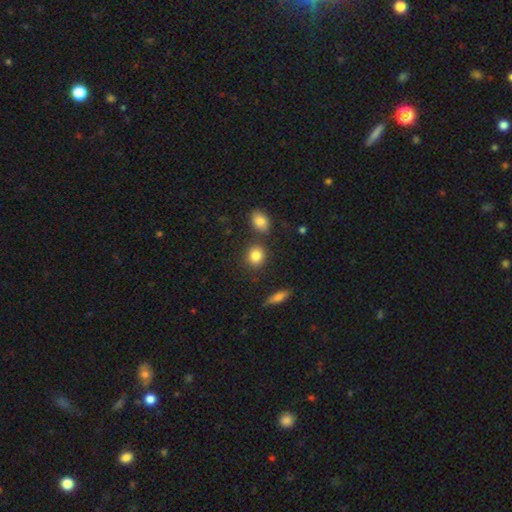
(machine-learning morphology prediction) The model was most divided on "how rounded": round: 72%, in between: 26%, cigar-shaped: 2%. More confident: smooth or featured — smooth (84%); merging — none (79%).